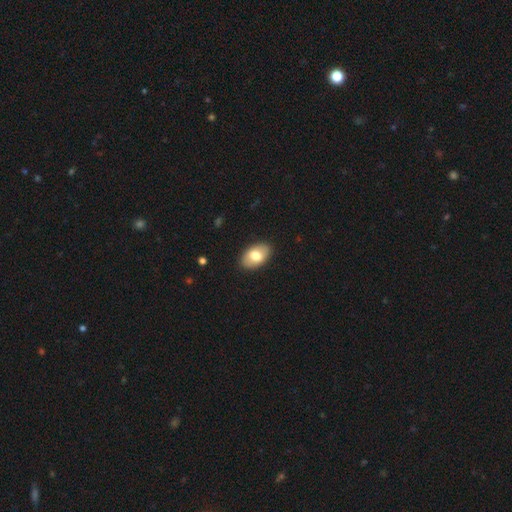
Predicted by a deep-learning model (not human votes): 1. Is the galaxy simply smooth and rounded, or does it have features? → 75% smooth, 18% featured or disk, 6% star or artifact.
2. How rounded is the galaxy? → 92% in between, 7% round, 1% cigar-shaped.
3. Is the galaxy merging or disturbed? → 88% none, 9% minor disturbance, 2% major disturbance, 1% merger.